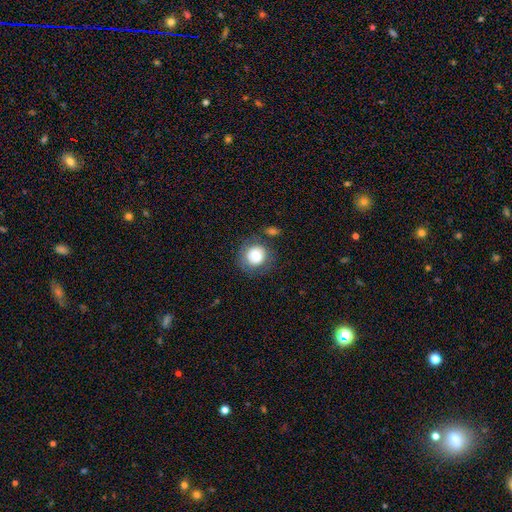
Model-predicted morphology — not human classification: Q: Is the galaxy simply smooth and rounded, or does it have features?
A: smooth — 77%.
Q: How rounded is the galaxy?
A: round — 83%.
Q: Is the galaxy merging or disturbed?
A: none — 71%.